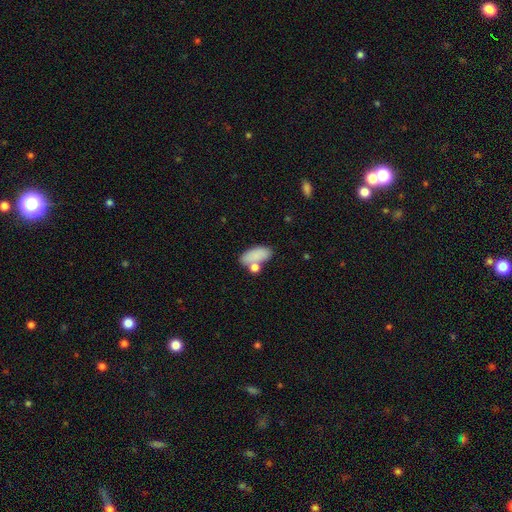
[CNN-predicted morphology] This is clearly a smooth galaxy (81%). How rounded: clearly in between (90%). Merging: possibly none (54%).